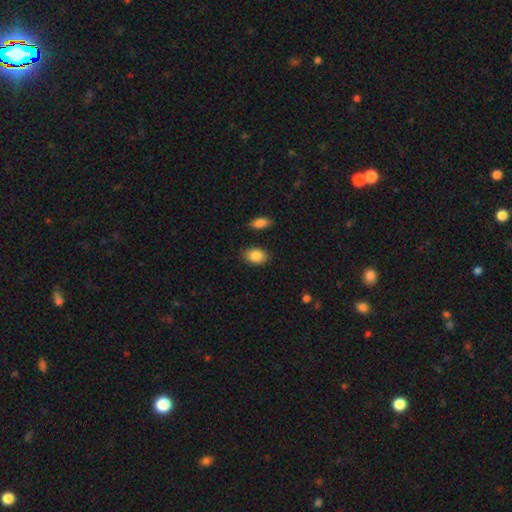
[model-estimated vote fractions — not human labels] Q: Smooth or featured?
A: smooth (87%); runner-up: star or artifact (7%)
Q: How rounded?
A: in between (83%); runner-up: round (16%)
Q: Merging?
A: none (84%); runner-up: minor disturbance (11%)